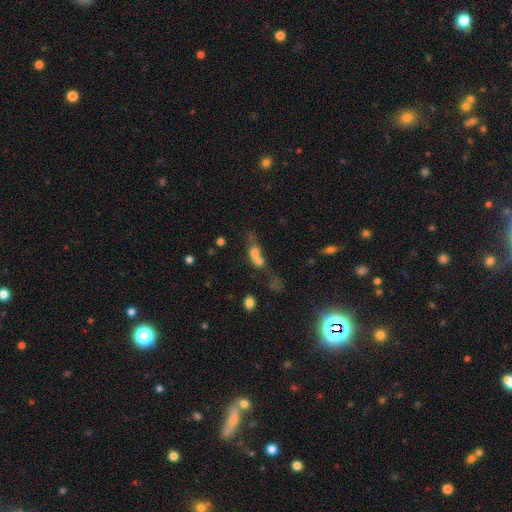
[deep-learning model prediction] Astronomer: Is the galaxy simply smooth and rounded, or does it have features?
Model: smooth — 65%.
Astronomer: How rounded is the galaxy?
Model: in between — 48% (runner-up: round, 42%).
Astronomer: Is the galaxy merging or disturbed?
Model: merger — 68%.